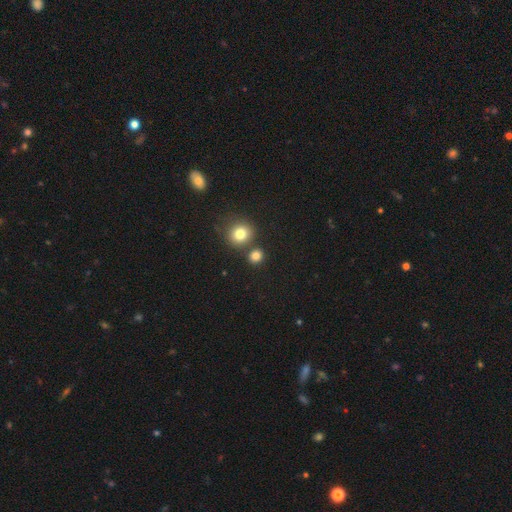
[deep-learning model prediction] A smooth galaxy with no disk features (81%) that is round (83%). Merging: none (74%).